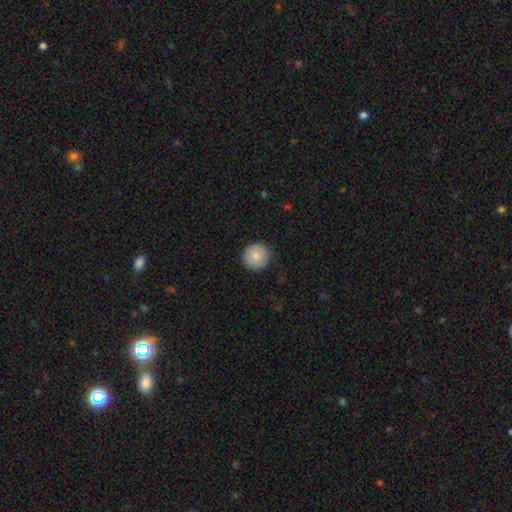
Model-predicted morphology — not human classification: This appears to be a smooth galaxy with no disk features (84%) that is round (94%). Merging: none (89%).